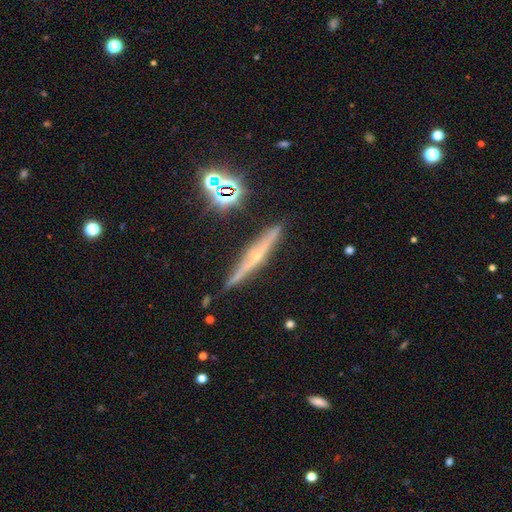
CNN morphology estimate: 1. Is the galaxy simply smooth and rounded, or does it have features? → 72% featured or disk, 16% smooth, 12% star or artifact.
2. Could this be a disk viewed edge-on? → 97% yes, 3% no.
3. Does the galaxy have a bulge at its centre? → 72% rounded, 23% none, 5% boxy.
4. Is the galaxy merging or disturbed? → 86% none, 10% minor disturbance, 2% major disturbance, 2% merger.